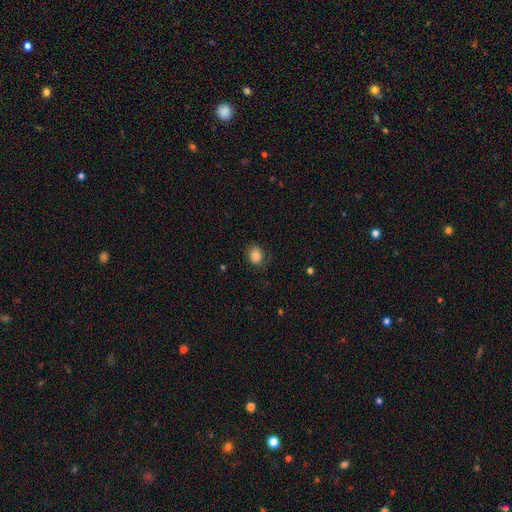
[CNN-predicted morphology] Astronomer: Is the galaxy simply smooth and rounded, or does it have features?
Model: smooth — 84%.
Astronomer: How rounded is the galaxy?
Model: in between — 52% (runner-up: round, 47%).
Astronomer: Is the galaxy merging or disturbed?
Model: none — 77%.